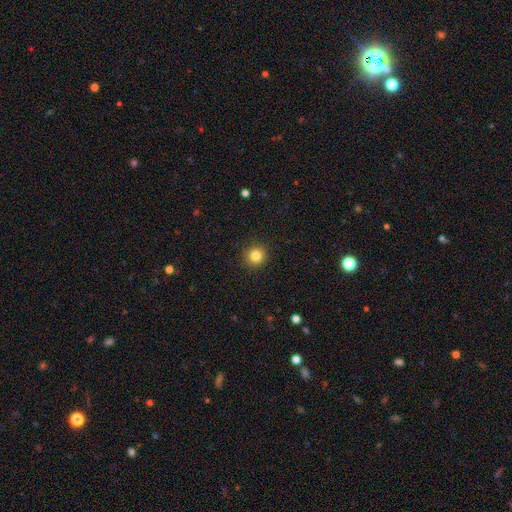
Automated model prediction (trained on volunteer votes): A smooth galaxy with no disk features (83%) that is round (93%).

Vote fractions:
- Smooth or featured? smooth: 83% / star or artifact: 11% / featured or disk: 5%
- How rounded? round: 93% / in between: 6% / cigar-shaped: 1%
- Merging? none: 91% / minor disturbance: 6% / major disturbance: 2% / merger: 1%